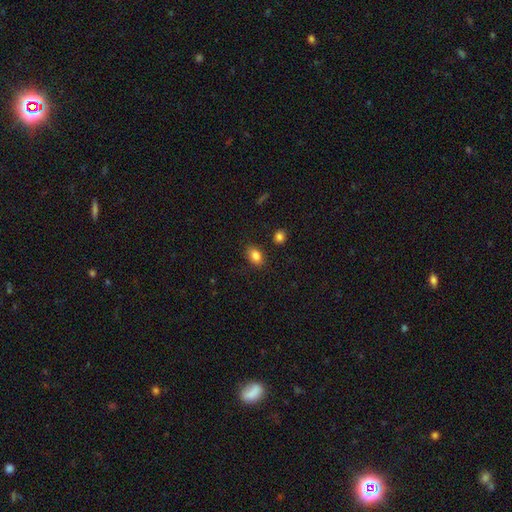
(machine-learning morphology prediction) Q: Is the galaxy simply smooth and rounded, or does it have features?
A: smooth — 84%.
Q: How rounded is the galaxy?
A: in between — 78%.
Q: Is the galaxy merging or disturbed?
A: none — 83%.